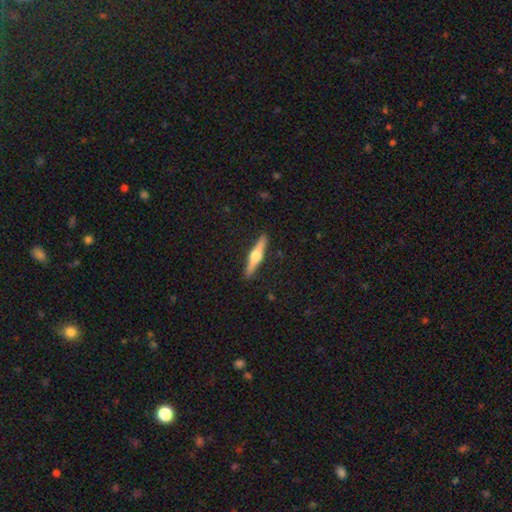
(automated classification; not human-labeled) A featured or disk galaxy (67%) viewed edge-on (97%) with a rounded central bulge (95%).

Vote fractions:
- Smooth or featured? featured or disk: 67% / smooth: 28% / star or artifact: 5%
- Edge-on disk? yes: 97% / no: 3%
- Edge-on bulge? rounded: 95% / boxy: 3% / none: 2%
- Merging? none: 91% / minor disturbance: 6% / major disturbance: 1% / merger: 1%